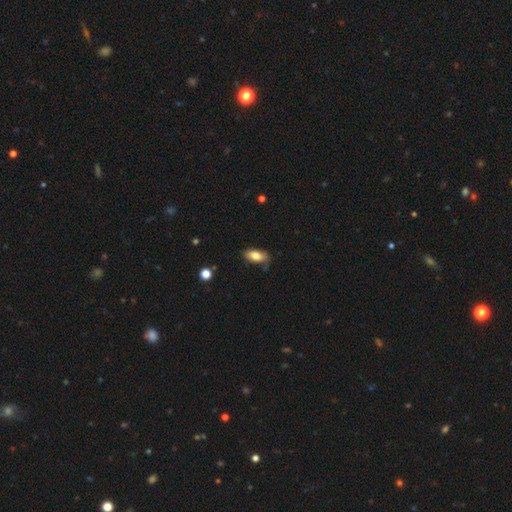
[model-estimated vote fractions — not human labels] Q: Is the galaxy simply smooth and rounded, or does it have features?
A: smooth — 80%.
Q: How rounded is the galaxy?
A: in between — 88%.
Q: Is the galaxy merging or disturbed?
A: none — 75%.